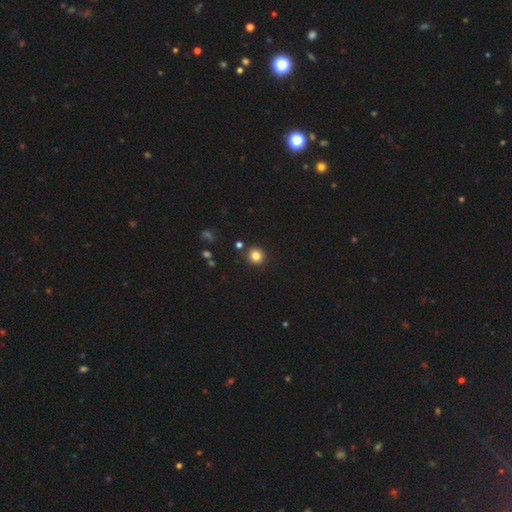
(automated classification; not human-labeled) This appears to be a smooth galaxy with no disk features (83%) that is round (89%). Merging: none (88%).